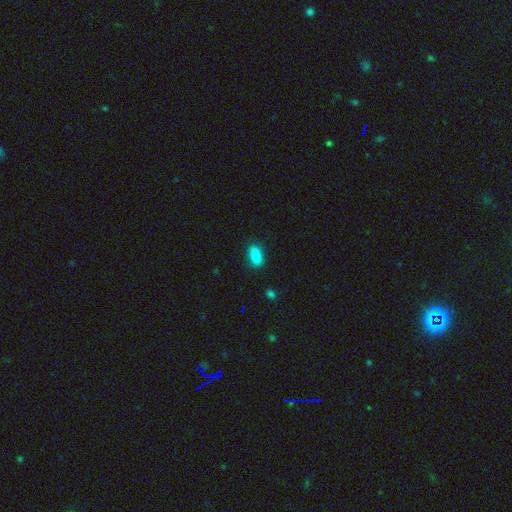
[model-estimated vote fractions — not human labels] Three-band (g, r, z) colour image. It shows a smooth galaxy with no disk features (82%) that is in between round and cigar-shaped (89%). Merging: none (85%).